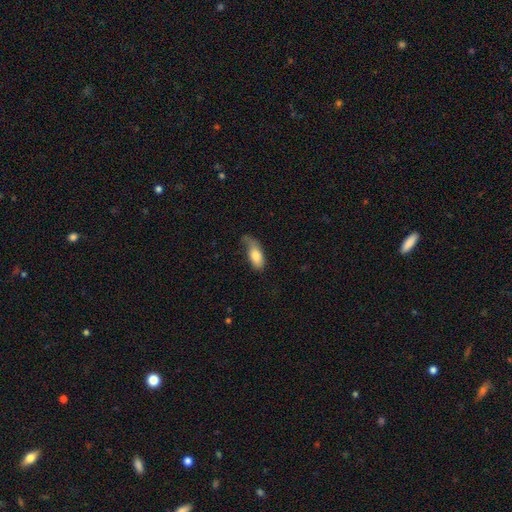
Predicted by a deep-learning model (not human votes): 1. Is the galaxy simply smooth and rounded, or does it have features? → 79% smooth, 14% featured or disk, 6% star or artifact.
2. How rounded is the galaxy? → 85% in between, 12% cigar-shaped, 3% round.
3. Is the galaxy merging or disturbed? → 37% minor disturbance, 33% none, 25% major disturbance, 4% merger.